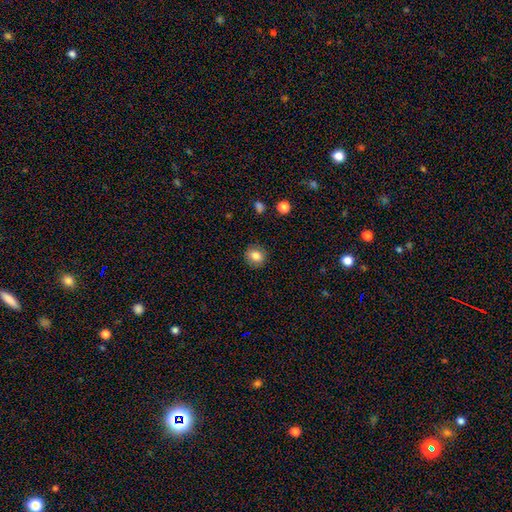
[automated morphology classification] smooth_or_featured: smooth (p=0.81) [alt: star or artifact p=0.10]
how_rounded: round (p=0.78) [alt: in between p=0.21]
merging: none (p=0.87) [alt: minor disturbance p=0.10]